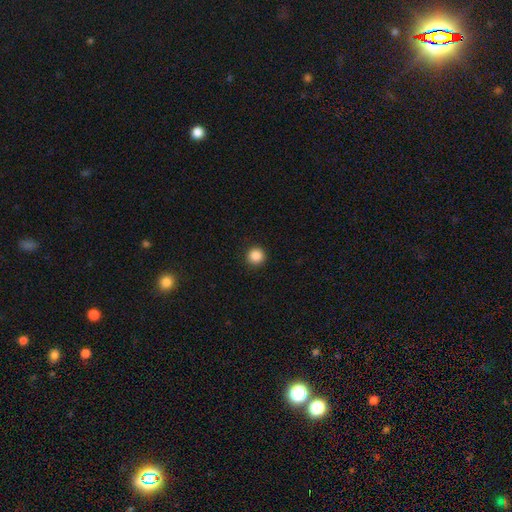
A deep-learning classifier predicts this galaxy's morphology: Smooth or featured? smooth (87%)
How rounded? round (96%)
Merging? none (92%)